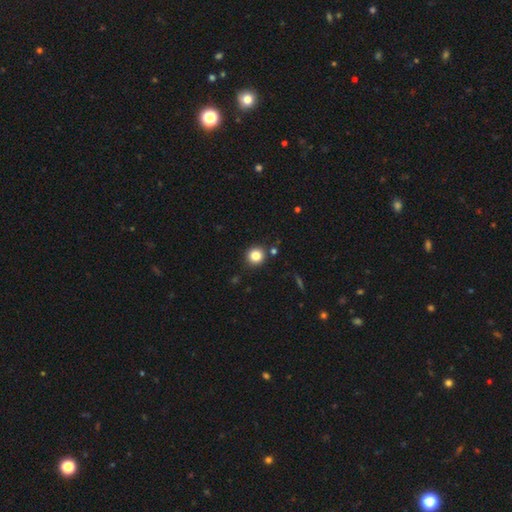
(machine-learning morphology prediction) The model was most divided on "smooth or featured": smooth: 83%, star or artifact: 11%, featured or disk: 5%. More confident: how rounded — round (92%); merging — none (88%).